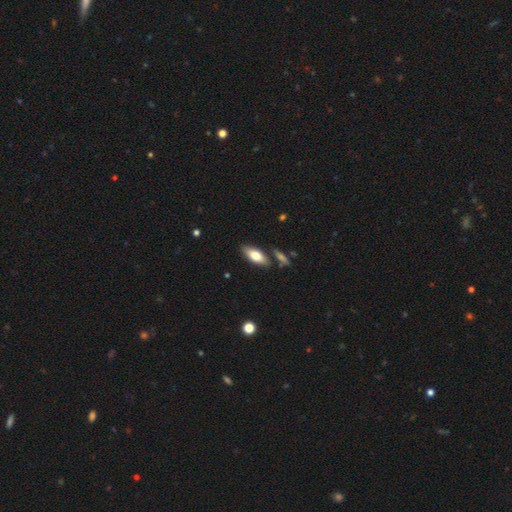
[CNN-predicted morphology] A smooth galaxy with no disk features (72%) that is in between round and cigar-shaped (79%).

Vote fractions:
- Smooth or featured? smooth: 72% / featured or disk: 22% / star or artifact: 6%
- How rounded? in between: 79% / cigar-shaped: 19% / round: 2%
- Merging? none: 79% / minor disturbance: 12% / merger: 7% / major disturbance: 3%